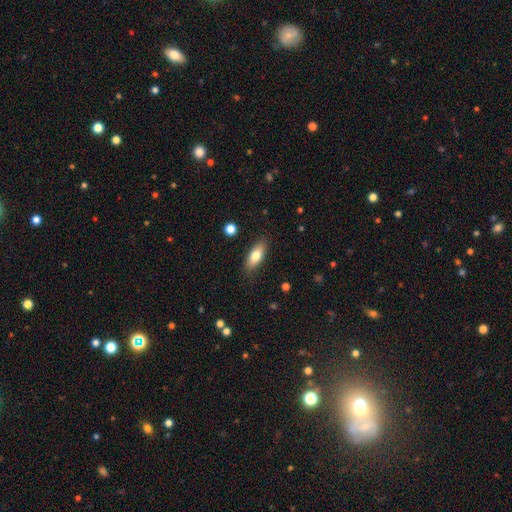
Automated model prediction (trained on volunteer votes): This appears to be a smooth galaxy with no disk features (75%) that is in between round and cigar-shaped (76%). Merging: none (84%).